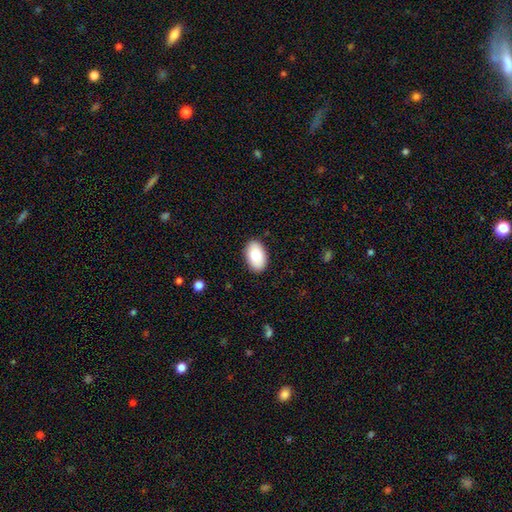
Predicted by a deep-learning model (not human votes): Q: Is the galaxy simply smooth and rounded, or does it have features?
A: smooth — 83%.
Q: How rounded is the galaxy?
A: in between — 93%.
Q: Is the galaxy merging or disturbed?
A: none — 88%.